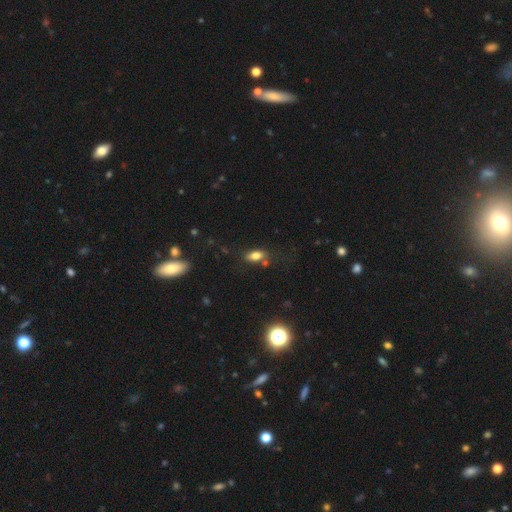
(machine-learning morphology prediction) smooth-or-featured: smooth: 78% | star or artifact: 11% | featured or disk: 11%
  how-rounded: in between: 85% | round: 7% | cigar-shaped: 7%
  merging: none: 69% | minor disturbance: 16% | merger: 10% | major disturbance: 5%